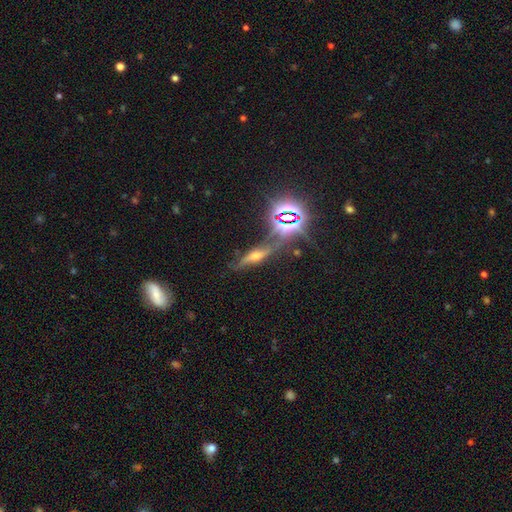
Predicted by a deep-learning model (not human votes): This is possibly a featured or disk galaxy (46%). Merging: likely none (67%).